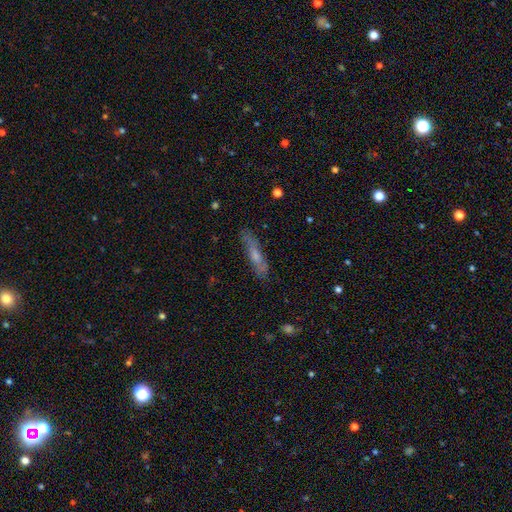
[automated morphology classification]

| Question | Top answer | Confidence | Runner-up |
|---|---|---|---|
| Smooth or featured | smooth | 50% | featured or disk (42%) |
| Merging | none | 77% | minor disturbance (16%) |